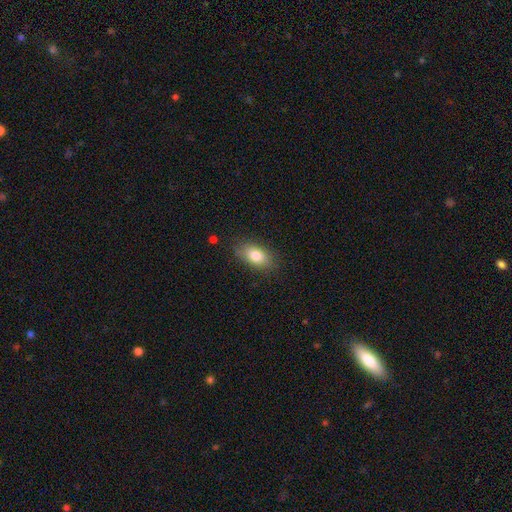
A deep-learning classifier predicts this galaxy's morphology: Smooth or featured: smooth — 79% (featured or disk — 13%)
How rounded: in between — 87% (round — 8%)
Merging: none — 80% (minor disturbance — 15%)